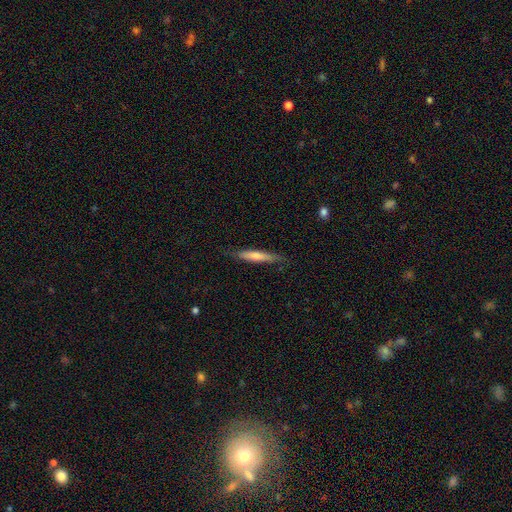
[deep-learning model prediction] Q: Smooth or featured?
A: featured or disk (47%); runner-up: smooth (46%)
Q: Merging?
A: none (84%); runner-up: minor disturbance (13%)